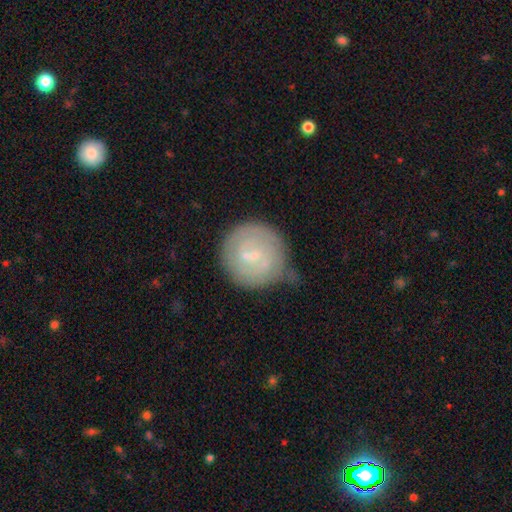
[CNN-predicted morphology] Smooth or featured? featured or disk (51%)
Edge-on disk? no (97%)
Merging? none (59%)